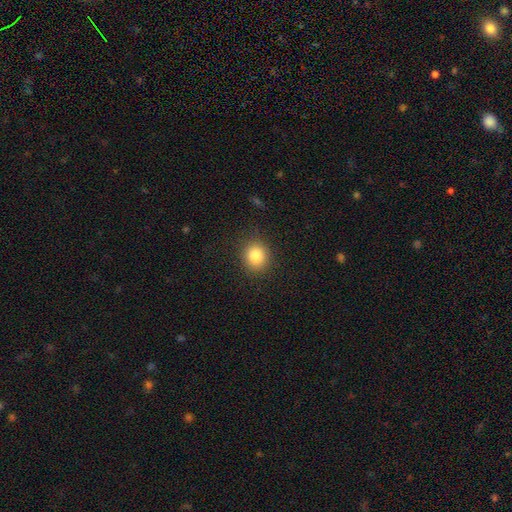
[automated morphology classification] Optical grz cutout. It shows a smooth galaxy with no disk features (83%) that is round (77%). Merging: none (88%).